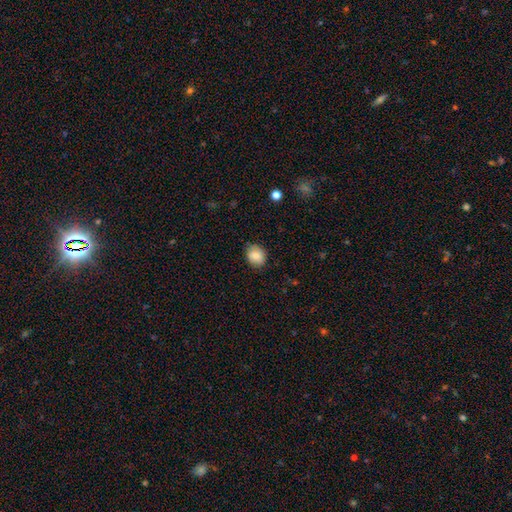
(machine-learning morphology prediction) Overall: smooth (83%). How rounded: round (67%; in between 32%). Merging: none (80%).